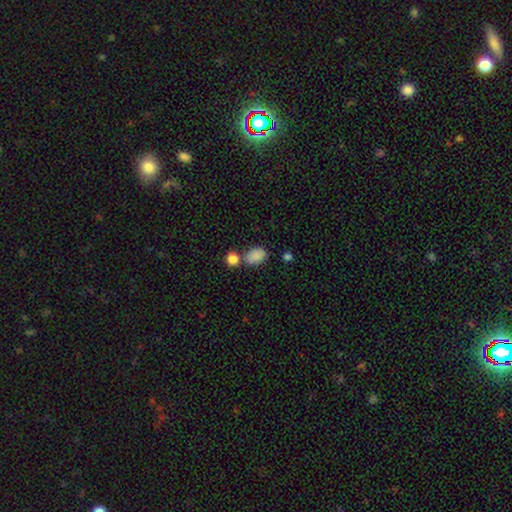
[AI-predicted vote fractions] Q: Smooth or featured?
A: smooth (85%); runner-up: star or artifact (10%)
Q: How rounded?
A: in between (80%); runner-up: round (19%)
Q: Merging?
A: none (60%); runner-up: merger (20%)